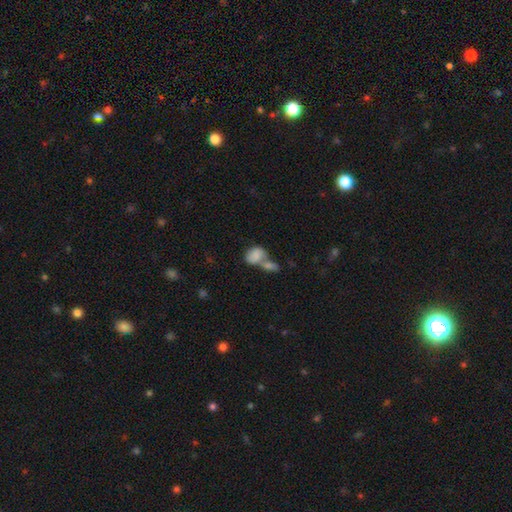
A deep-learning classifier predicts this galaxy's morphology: Q: Smooth or featured?
A: smooth (81%); runner-up: featured or disk (11%)
Q: How rounded?
A: in between (78%); runner-up: round (20%)
Q: Merging?
A: merger (66%); runner-up: none (20%)